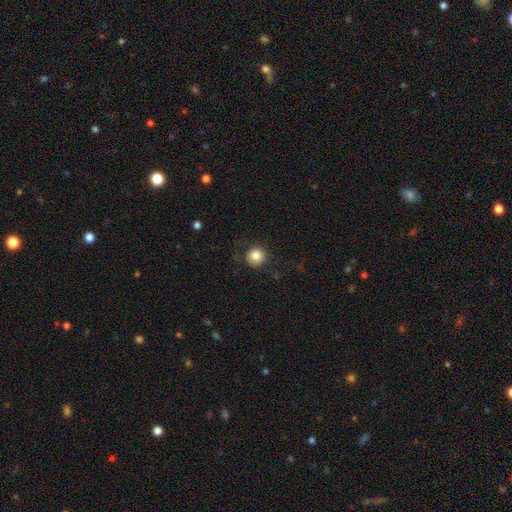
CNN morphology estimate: This is clearly a smooth galaxy (83%). How rounded: clearly round (94%). Merging: clearly none (83%).